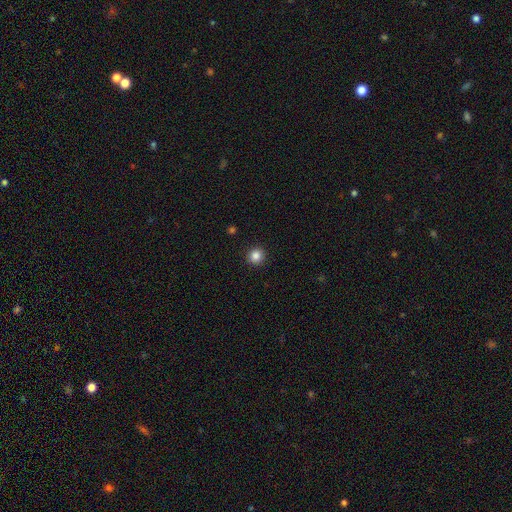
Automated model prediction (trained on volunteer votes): smooth 86%, star or artifact 11%, featured or disk 3%. Down the decision tree: how rounded — round (94%); merging — none (93%).